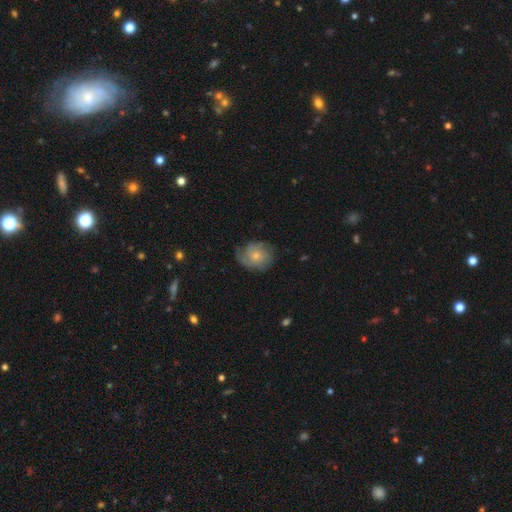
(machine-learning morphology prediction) Smooth or featured?
  - smooth: 46% * (tied)
  - featured or disk: 46% * (tied)
  - star or artifact: 7%
Merging?
  - none: 62% *
  - minor disturbance: 26%
  - major disturbance: 11%
  - merger: 1%